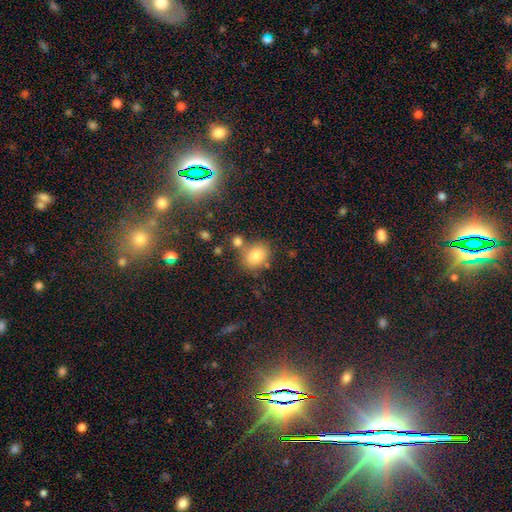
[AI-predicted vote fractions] A smooth galaxy with no disk features (80%) that is in between round and cigar-shaped (54%).

Vote fractions:
- Smooth or featured? smooth: 80% / star or artifact: 11% / featured or disk: 9%
- How rounded? in between: 54% / round: 45% / cigar-shaped: 1%
- Merging? none: 64% / merger: 17% / minor disturbance: 14% / major disturbance: 5%